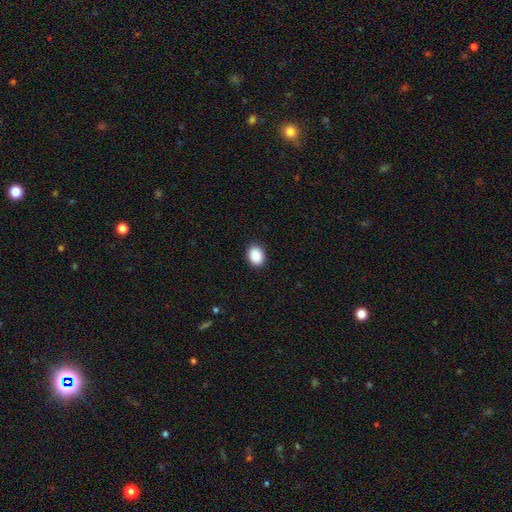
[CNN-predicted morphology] Smooth or featured? Predicted: smooth (p=0.90). How rounded? Predicted: in between (p=0.55). Merging? Predicted: none (p=0.91).